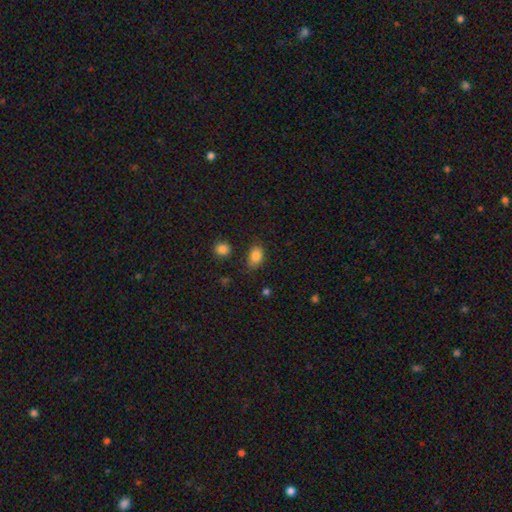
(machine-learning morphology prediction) Smooth or featured? smooth (84%)
How rounded? in between (78%)
Merging? none (73%)